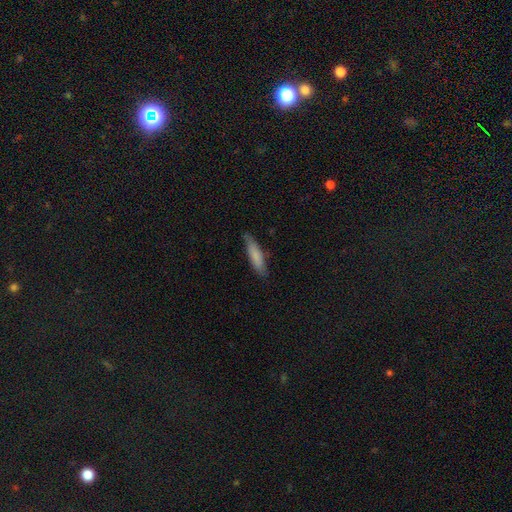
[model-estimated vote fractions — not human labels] Overall: smooth (78%). How rounded: cigar-shaped (77%). Merging: none (76%).